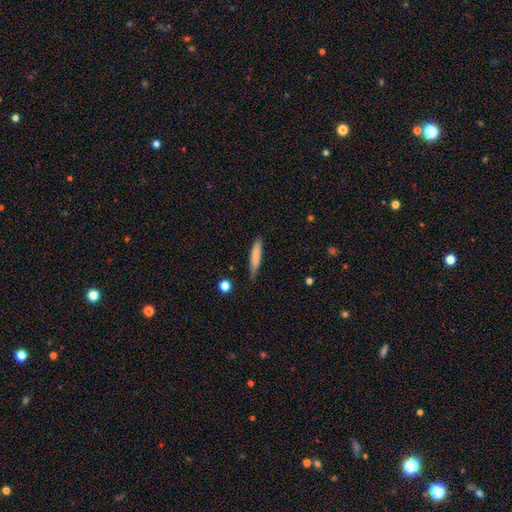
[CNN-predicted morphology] Overall: smooth (78%). How rounded: cigar-shaped (87%). Merging: none (74%).